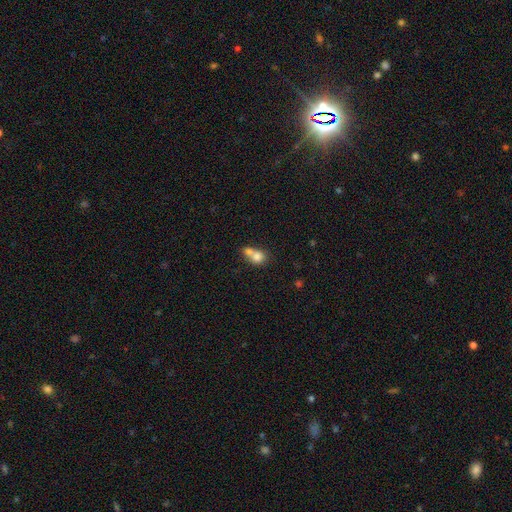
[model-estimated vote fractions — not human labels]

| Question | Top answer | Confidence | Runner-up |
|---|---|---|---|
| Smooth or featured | smooth | 75% | featured or disk (15%) |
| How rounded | round | 66% | in between (32%) |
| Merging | merger | 66% | none (24%) |